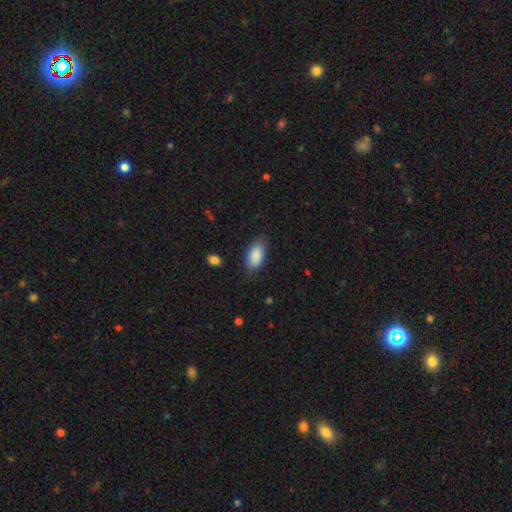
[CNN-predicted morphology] A smooth galaxy with no disk features (88%) that is in between round and cigar-shaped (93%). Merging: none (76%).